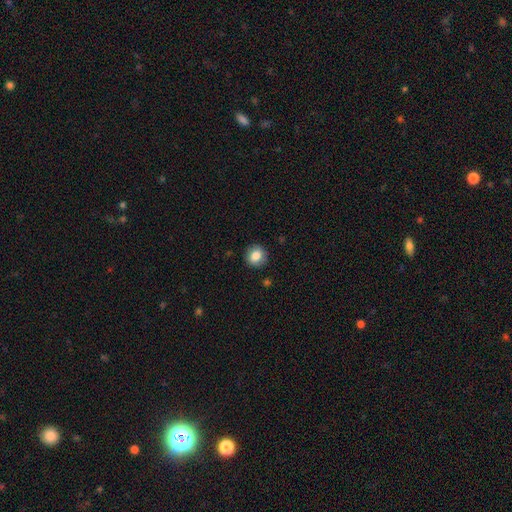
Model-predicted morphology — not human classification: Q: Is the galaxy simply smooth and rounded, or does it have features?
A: smooth — 84%.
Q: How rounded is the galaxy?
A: round — 87%.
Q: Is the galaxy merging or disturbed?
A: none — 89%.